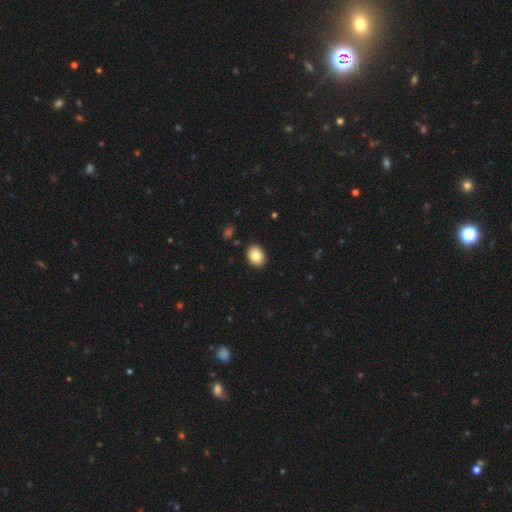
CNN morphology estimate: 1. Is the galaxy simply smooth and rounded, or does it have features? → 82% smooth, 10% featured or disk, 8% star or artifact.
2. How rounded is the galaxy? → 55% in between, 45% round, 1% cigar-shaped.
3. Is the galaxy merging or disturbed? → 91% none, 6% minor disturbance, 2% major disturbance, 1% merger.